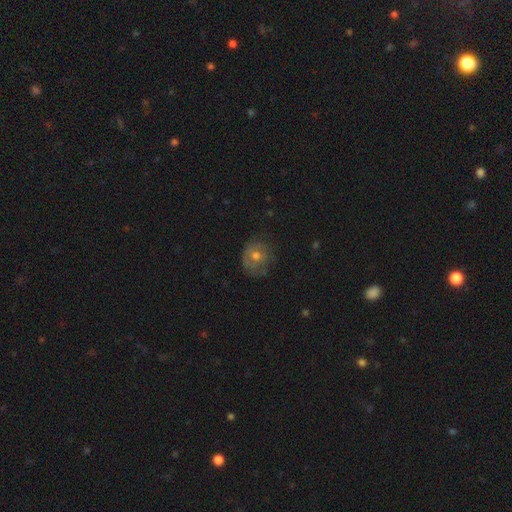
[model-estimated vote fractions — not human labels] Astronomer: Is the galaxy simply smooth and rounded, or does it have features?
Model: smooth — 46% (runner-up: featured or disk, 43%).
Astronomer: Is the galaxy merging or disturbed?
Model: none — 65%.